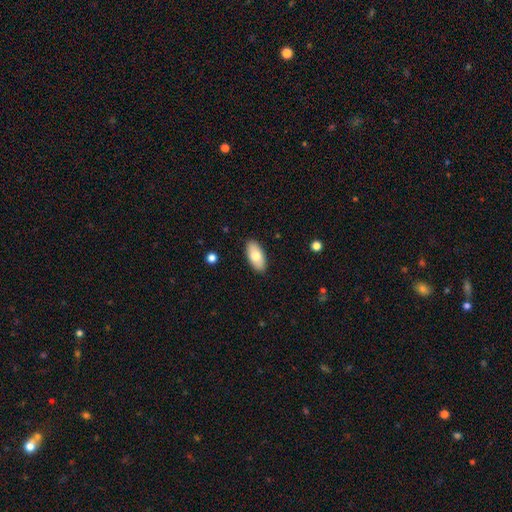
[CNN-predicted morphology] smooth_or_featured: smooth (p=0.75) [alt: featured or disk p=0.19]
how_rounded: in between (p=0.92) [alt: cigar-shaped p=0.06]
merging: none (p=0.89) [alt: minor disturbance p=0.08]